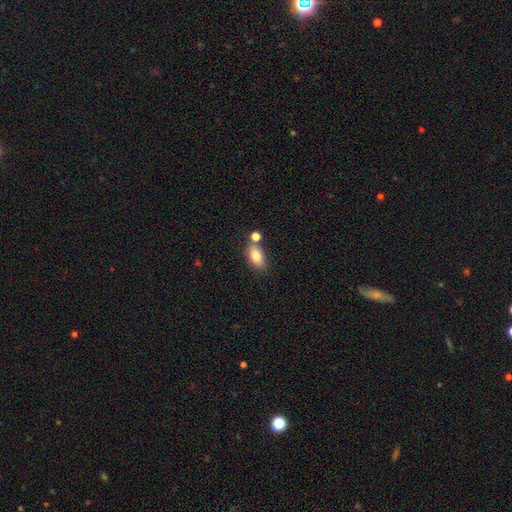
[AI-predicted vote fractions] This is clearly a smooth galaxy (82%). How rounded: clearly in between (87%). Merging: likely none (63%).